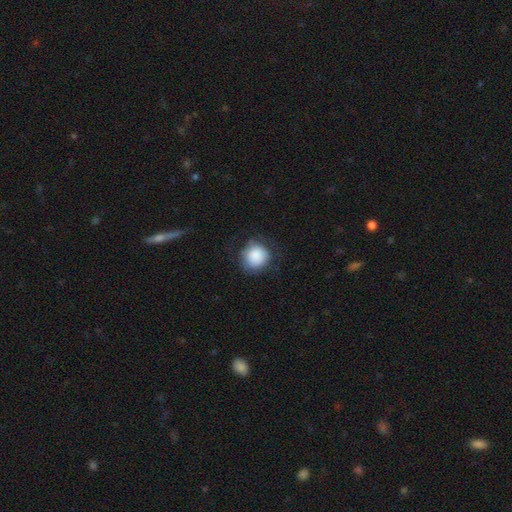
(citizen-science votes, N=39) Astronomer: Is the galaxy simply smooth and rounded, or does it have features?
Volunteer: smooth — 90%.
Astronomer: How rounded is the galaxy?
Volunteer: round — 89%.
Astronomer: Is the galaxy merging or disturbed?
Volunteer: none — 87%.